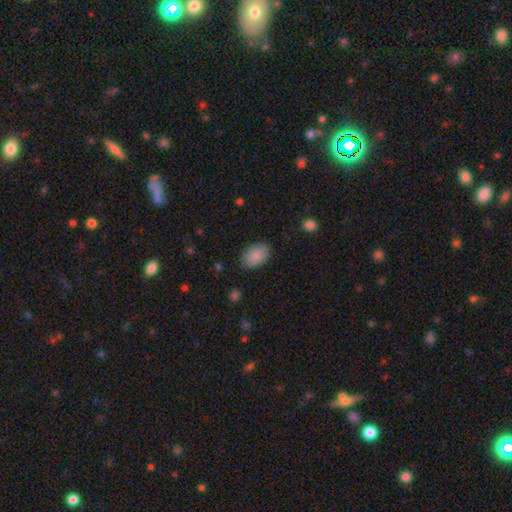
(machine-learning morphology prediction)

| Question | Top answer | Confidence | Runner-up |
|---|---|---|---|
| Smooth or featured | smooth | 86% | featured or disk (7%) |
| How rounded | in between | 88% | round (11%) |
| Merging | none | 85% | minor disturbance (12%) |